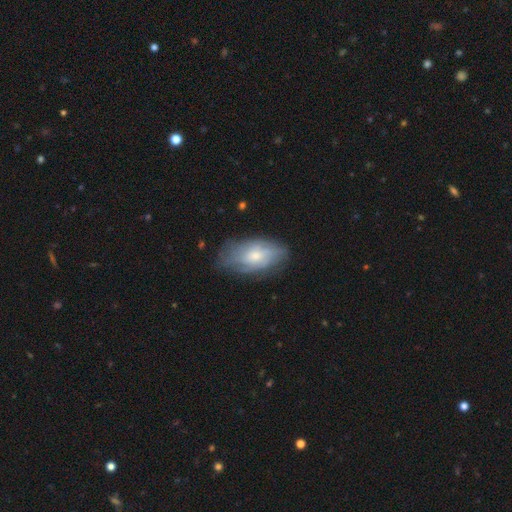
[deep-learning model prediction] This appears to be a featured or disk galaxy (52%). Merging: none (67%).